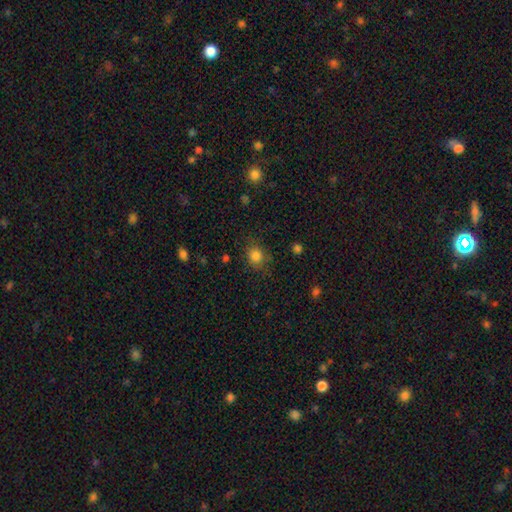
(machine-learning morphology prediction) Overall: smooth (83%). How rounded: round (71%). Merging: none (79%).